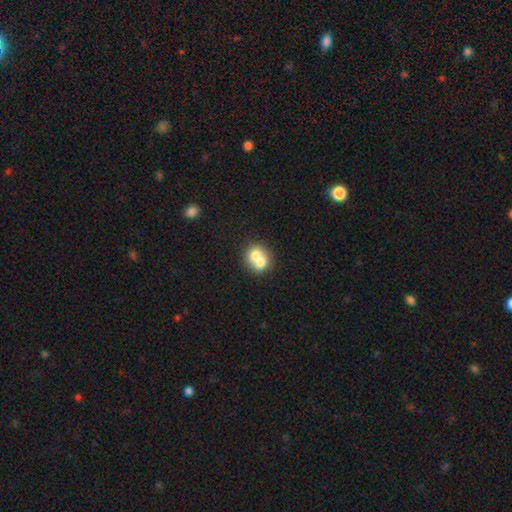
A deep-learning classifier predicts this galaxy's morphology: Q: Smooth or featured?
A: smooth (68%); runner-up: featured or disk (23%)
Q: How rounded?
A: round (71%); runner-up: in between (28%)
Q: Merging?
A: merger (68%); runner-up: none (24%)